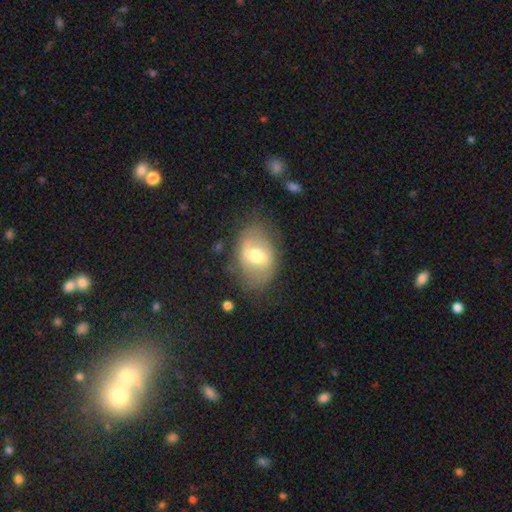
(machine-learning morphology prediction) type=featured or disk (50%); edge-on=no (90%); merging=none (68%).